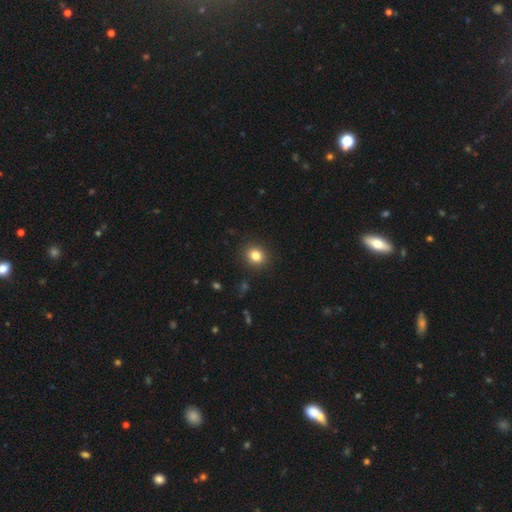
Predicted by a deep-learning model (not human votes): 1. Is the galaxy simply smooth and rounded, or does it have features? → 83% smooth, 11% star or artifact, 6% featured or disk.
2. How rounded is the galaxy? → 76% round, 23% in between, 1% cigar-shaped.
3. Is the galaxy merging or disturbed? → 90% none, 7% minor disturbance, 2% major disturbance, 1% merger.